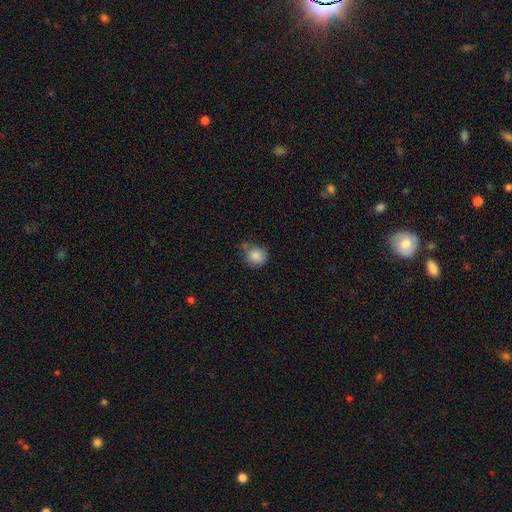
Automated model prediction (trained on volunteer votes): smooth 85%, star or artifact 9%, featured or disk 6%. Down the decision tree: how rounded — round (80%); merging — none (55%).